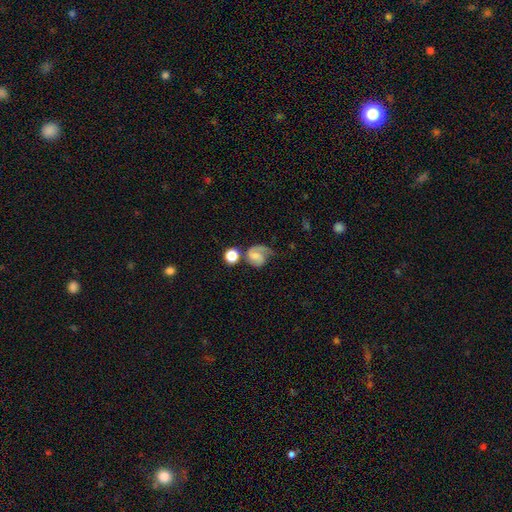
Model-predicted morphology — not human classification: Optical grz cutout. It shows a featured or disk galaxy (64%) with no bar (52%), 1 (46%) medium (43%) spiral arms (92%) and a small central bulge (36%). Merging: none (43%).